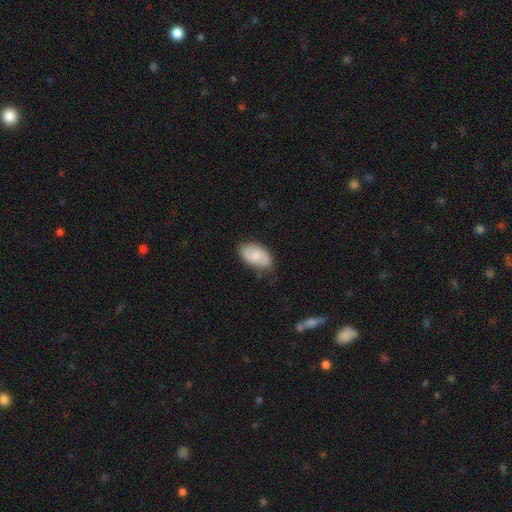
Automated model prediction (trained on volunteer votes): smooth 66%, featured or disk 28%, star or artifact 6%. Down the decision tree: how rounded — in between (94%); merging — none (76%).